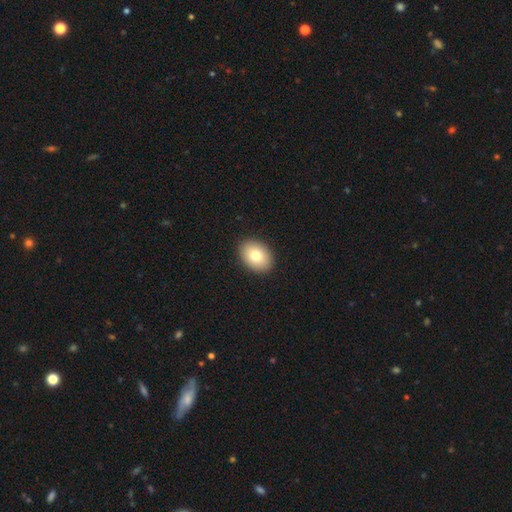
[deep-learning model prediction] Smooth or featured: smooth — 80% (featured or disk — 12%)
How rounded: in between — 73% (round — 26%)
Merging: none — 91% (minor disturbance — 7%)